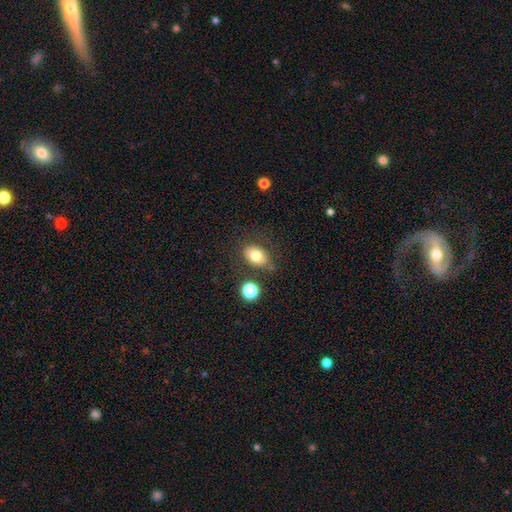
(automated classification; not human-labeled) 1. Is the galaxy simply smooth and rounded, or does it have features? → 76% smooth, 13% featured or disk, 11% star or artifact.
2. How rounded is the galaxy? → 71% in between, 28% round, 1% cigar-shaped.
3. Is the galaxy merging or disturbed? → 69% none, 18% minor disturbance, 7% merger, 6% major disturbance.